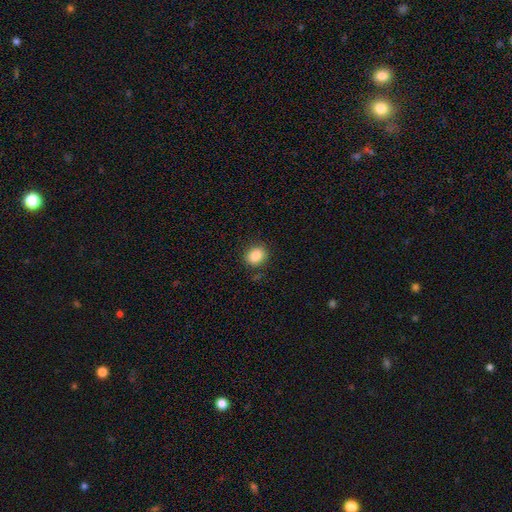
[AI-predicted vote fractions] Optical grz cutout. It shows a smooth galaxy with no disk features (87%) that is round (56%). Merging: none (84%).